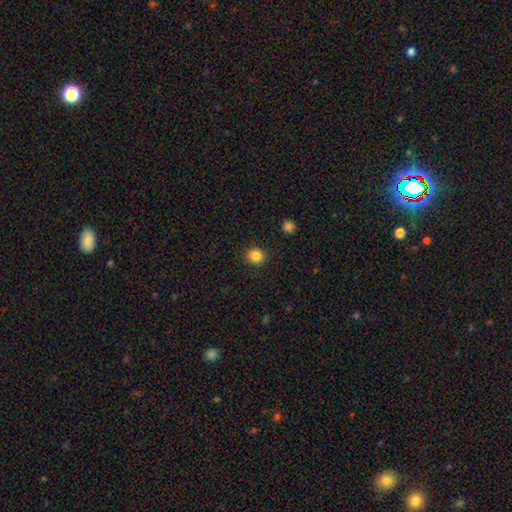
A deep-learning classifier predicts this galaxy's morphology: Smooth or featured: smooth — 84% (star or artifact — 11%)
How rounded: round — 83% (in between — 17%)
Merging: none — 90% (minor disturbance — 6%)